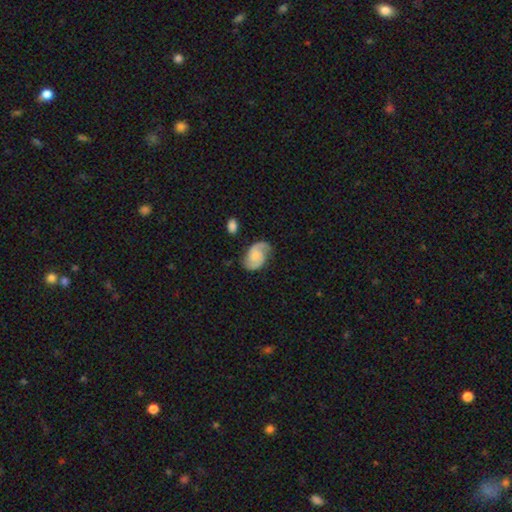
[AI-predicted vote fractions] This is likely a featured or disk galaxy (77%). It is clearly not viewed edge-on (98%). Bar: likely no (64%). Spiral arm pattern: clearly yes (96%). Spiral arm count: clearly 2 (88%). Spiral winding: possibly medium (49%). Central bulge: marginally small (39%). Merging: likely none (72%).